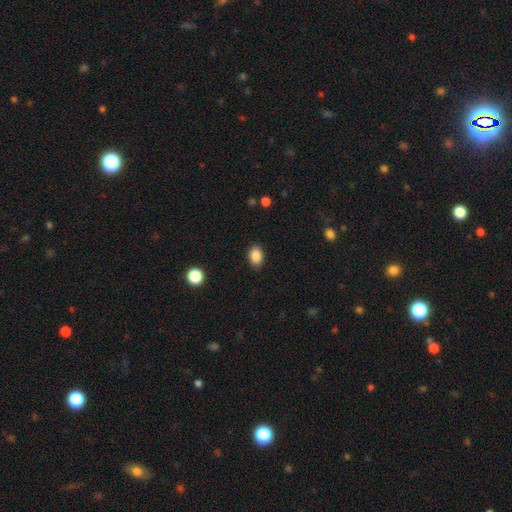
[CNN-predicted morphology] A smooth galaxy with no disk features (88%) that is in between round and cigar-shaped (79%).

Vote fractions:
- Smooth or featured? smooth: 88% / star or artifact: 9% / featured or disk: 3%
- How rounded? in between: 79% / round: 20% / cigar-shaped: 1%
- Merging? none: 87% / minor disturbance: 9% / major disturbance: 2% / merger: 1%